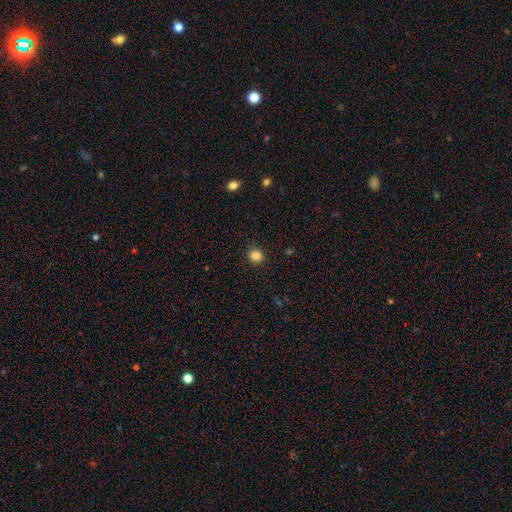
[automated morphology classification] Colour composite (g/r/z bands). It shows a smooth galaxy with no disk features (84%) that is round (86%). Merging: none (90%).